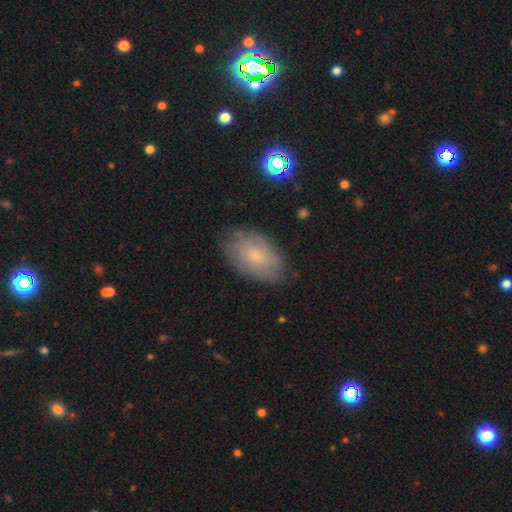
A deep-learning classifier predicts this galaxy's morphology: This is possibly a smooth galaxy (58%). How rounded: clearly in between (91%). Merging: likely none (78%).